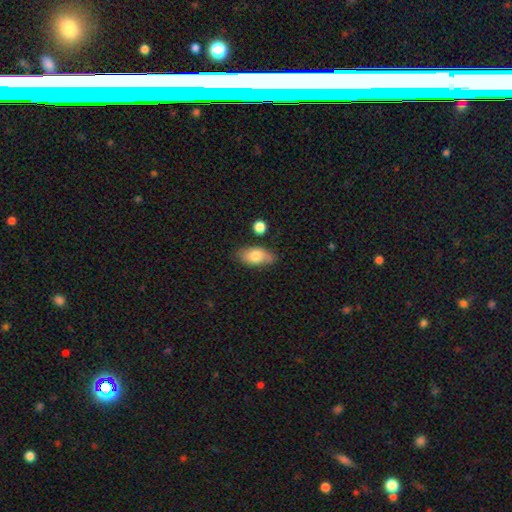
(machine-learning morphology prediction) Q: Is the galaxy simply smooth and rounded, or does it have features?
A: smooth — 76%.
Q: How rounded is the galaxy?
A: in between — 90%.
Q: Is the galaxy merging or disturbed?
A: none — 74%.